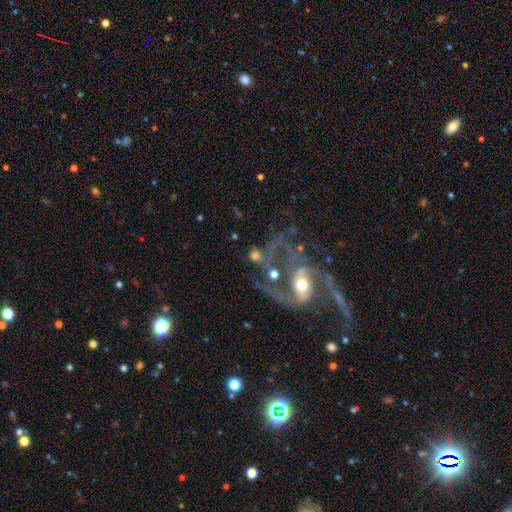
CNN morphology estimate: Overall: featured or disk (45%; smooth 40%). Merging: none (36%; merger 30%).